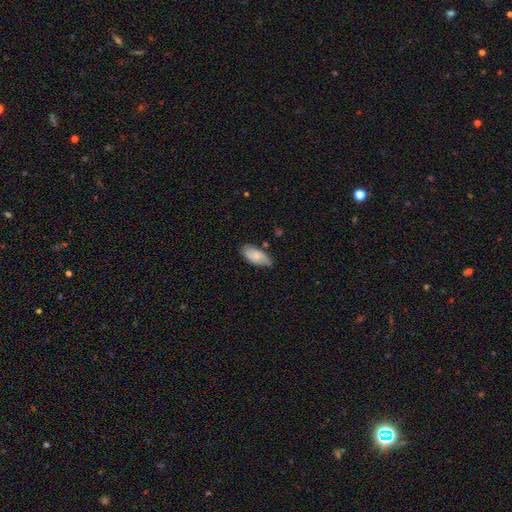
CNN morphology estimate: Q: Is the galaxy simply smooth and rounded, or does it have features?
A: smooth — 75%.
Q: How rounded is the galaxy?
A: in between — 90%.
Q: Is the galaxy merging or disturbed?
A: none — 71%.